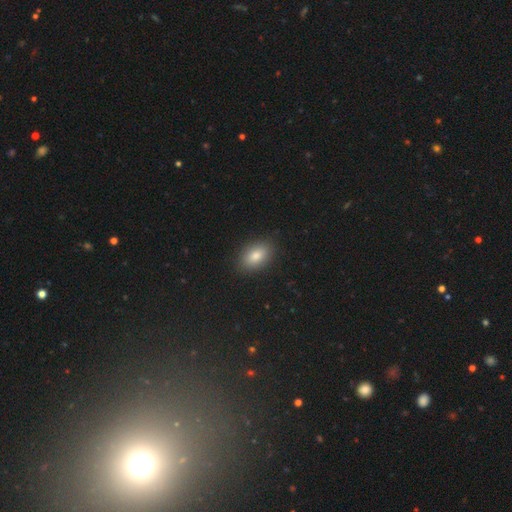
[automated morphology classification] A smooth galaxy with no disk features (82%) that is in between round and cigar-shaped (88%). Merging: none (88%).